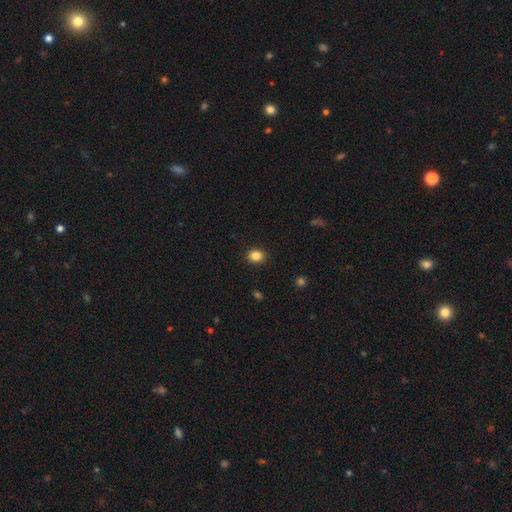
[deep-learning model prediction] smooth 86%, star or artifact 10%, featured or disk 4%. Down the decision tree: how rounded — round (56%); merging — none (91%).